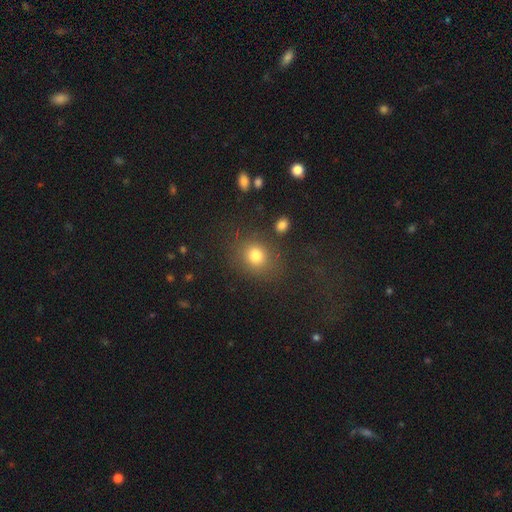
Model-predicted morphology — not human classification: A smooth galaxy with no disk features (78%) that is round (68%).

Vote fractions:
- Smooth or featured? smooth: 78% / star or artifact: 14% / featured or disk: 8%
- How rounded? round: 68% / in between: 30% / cigar-shaped: 1%
- Merging? none: 77% / minor disturbance: 12% / major disturbance: 6% / merger: 5%